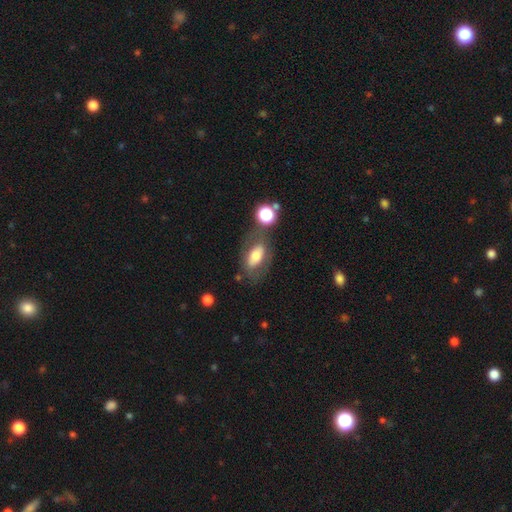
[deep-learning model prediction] A smooth galaxy with no disk features (60%) that is in between round and cigar-shaped (86%).

Vote fractions:
- Smooth or featured? smooth: 60% / featured or disk: 31% / star or artifact: 9%
- How rounded? in between: 86% / round: 8% / cigar-shaped: 6%
- Merging? none: 61% / minor disturbance: 17% / major disturbance: 11% / merger: 10%